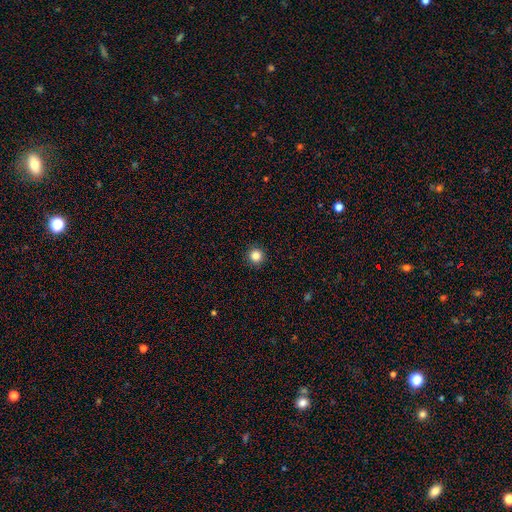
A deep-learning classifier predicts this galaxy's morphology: This is clearly a smooth galaxy (85%). How rounded: clearly round (96%). Merging: clearly none (93%).